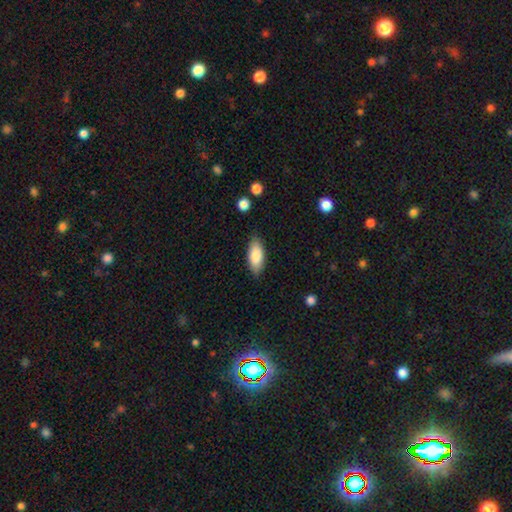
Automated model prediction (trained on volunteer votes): Smooth or featured?
  - smooth: 84% *
  - featured or disk: 10%
  - star or artifact: 6%
How rounded?
  - in between: 83% *
  - cigar-shaped: 15%
  - round: 2%
Merging?
  - none: 85% *
  - minor disturbance: 12%
  - major disturbance: 2%
  - merger: 1%